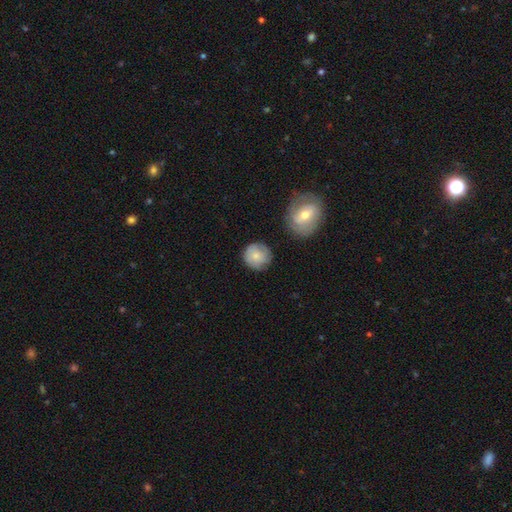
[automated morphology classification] A smooth galaxy with no disk features (72%) that is round (91%).

Vote fractions:
- Smooth or featured? smooth: 72% / featured or disk: 22% / star or artifact: 7%
- How rounded? round: 91% / in between: 8% / cigar-shaped: 1%
- Merging? none: 76% / minor disturbance: 16% / major disturbance: 4% / merger: 4%